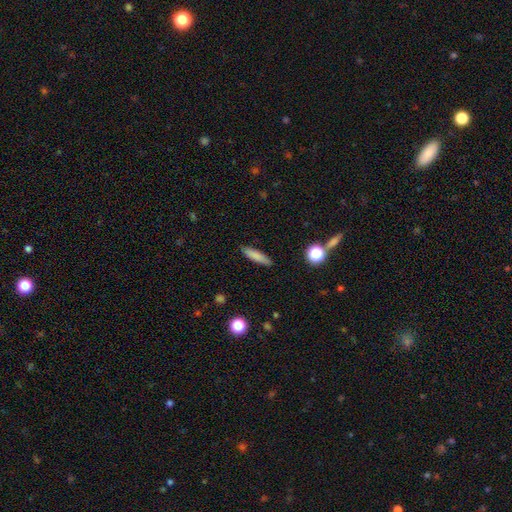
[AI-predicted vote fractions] A smooth galaxy with no disk features (81%) that is cigar-shaped (79%). Merging: none (87%).